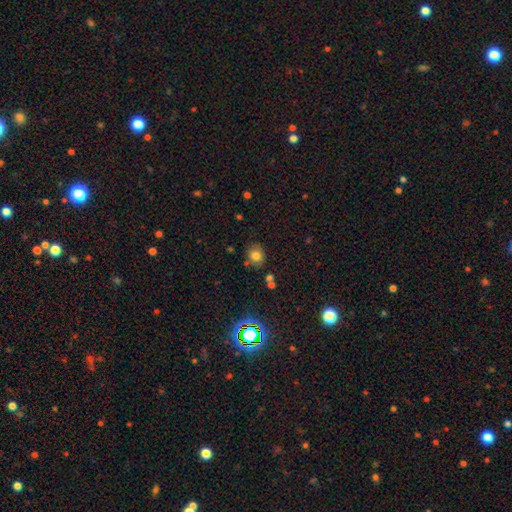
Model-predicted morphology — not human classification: Overall: smooth (76%). How rounded: round (63%; in between 36%). Merging: none (78%).